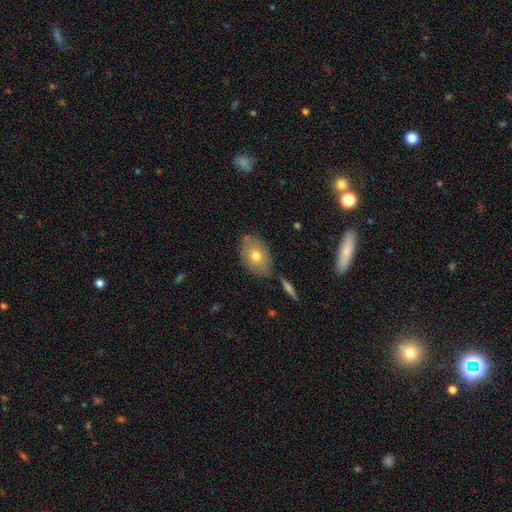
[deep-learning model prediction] Smooth or featured?
  - smooth: 71% *
  - featured or disk: 22%
  - star or artifact: 8%
How rounded?
  - in between: 84% *
  - round: 14%
  - cigar-shaped: 2%
Merging?
  - none: 75% *
  - minor disturbance: 14%
  - merger: 7%
  - major disturbance: 4%